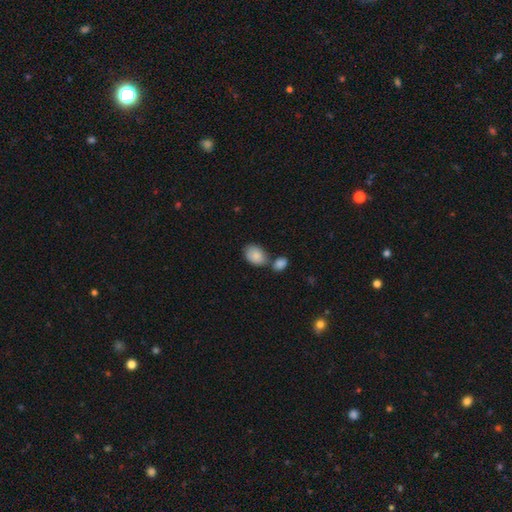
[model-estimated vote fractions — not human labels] Smooth or featured? smooth (87%)
How rounded? in between (82%)
Merging? none (52%)